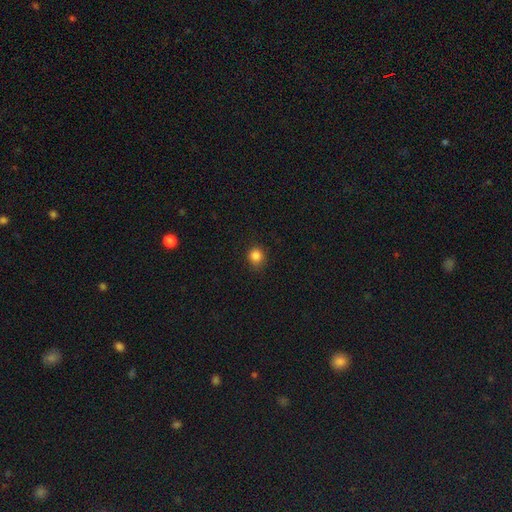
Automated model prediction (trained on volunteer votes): Smooth or featured?
  - smooth: 84% *
  - star or artifact: 12%
  - featured or disk: 4%
How rounded?
  - round: 86% *
  - in between: 13%
  - cigar-shaped: 1%
Merging?
  - none: 85% *
  - minor disturbance: 11%
  - major disturbance: 3%
  - merger: 1%